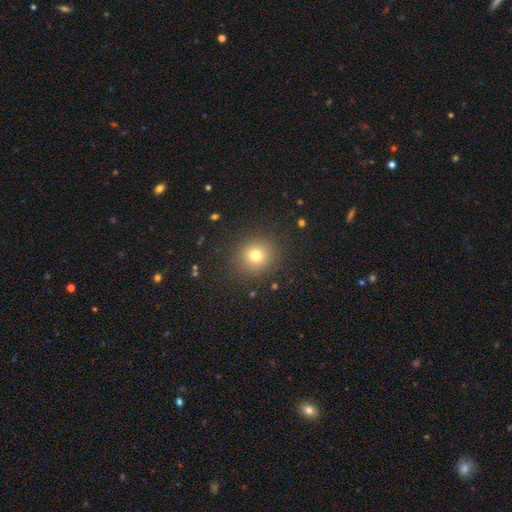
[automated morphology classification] Smooth or featured? Predicted: smooth (p=0.75). How rounded? Predicted: round (p=0.87). Merging? Predicted: none (p=0.88).